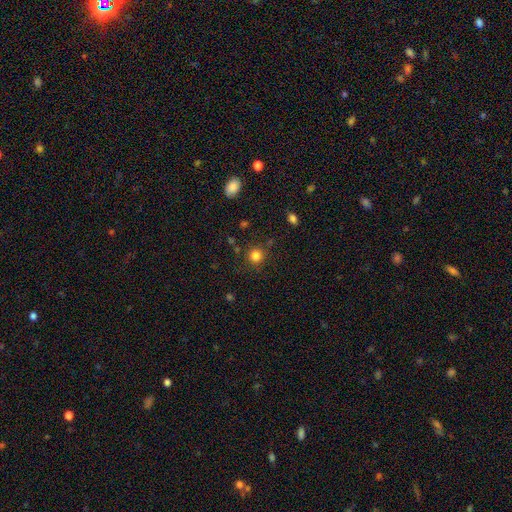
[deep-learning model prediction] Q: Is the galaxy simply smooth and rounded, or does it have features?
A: smooth — 82%.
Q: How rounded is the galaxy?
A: round — 91%.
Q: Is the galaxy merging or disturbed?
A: none — 83%.